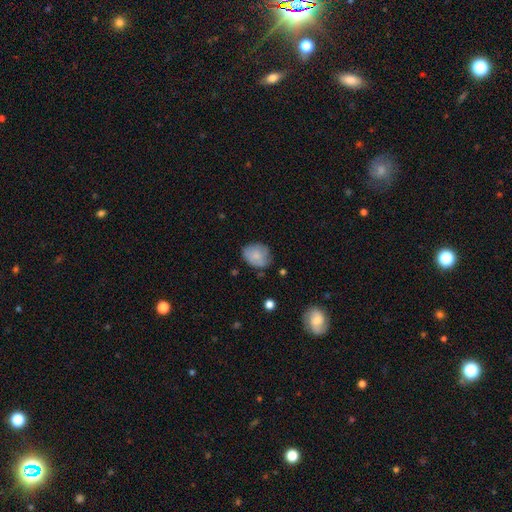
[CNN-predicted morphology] This is likely a smooth galaxy (74%). How rounded: possibly round (50%). Merging: likely none (65%).